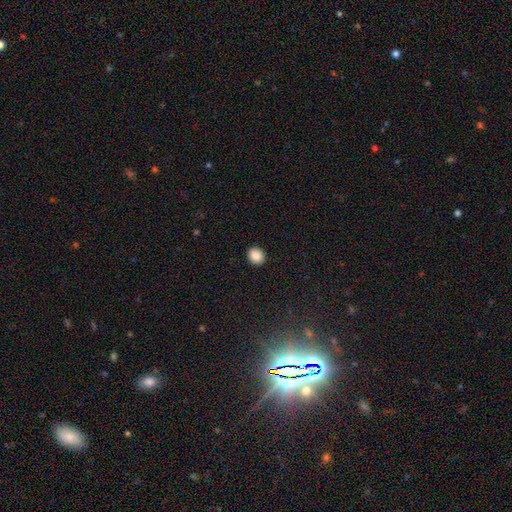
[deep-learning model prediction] Smooth or featured?
  - smooth: 88% *
  - star or artifact: 9%
  - featured or disk: 4%
How rounded?
  - round: 67% *
  - in between: 32%
  - cigar-shaped: 1%
Merging?
  - none: 91% *
  - minor disturbance: 6%
  - major disturbance: 2%
  - merger: 1%